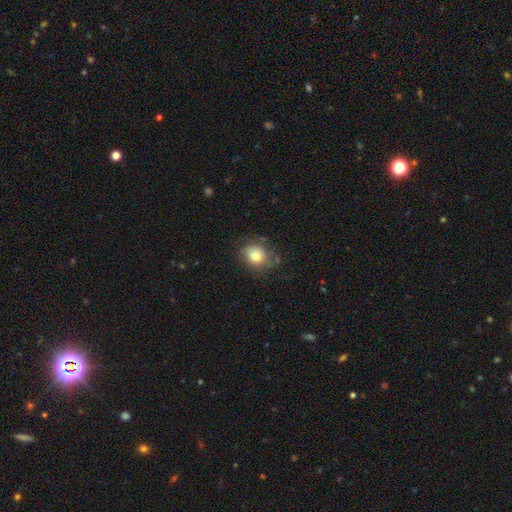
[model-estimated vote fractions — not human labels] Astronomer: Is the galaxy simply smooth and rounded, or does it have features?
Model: smooth — 73%.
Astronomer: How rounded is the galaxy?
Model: round — 58% (runner-up: in between, 41%).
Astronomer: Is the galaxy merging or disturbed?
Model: none — 65%.